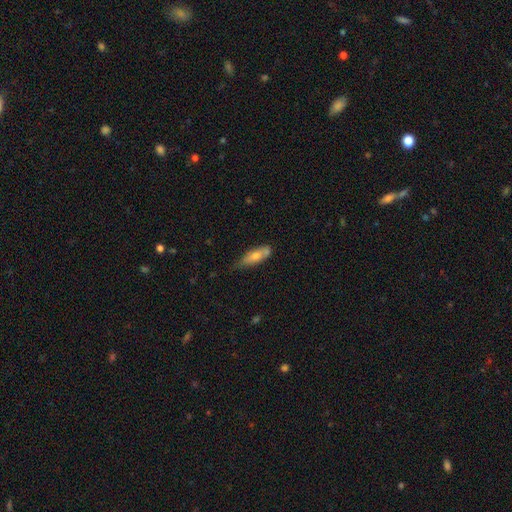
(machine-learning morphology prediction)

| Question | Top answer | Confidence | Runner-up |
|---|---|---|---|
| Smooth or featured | smooth | 62% | featured or disk (31%) |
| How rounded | cigar-shaped | 50% | in between (47%) |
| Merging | none | 52% | minor disturbance (30%) |